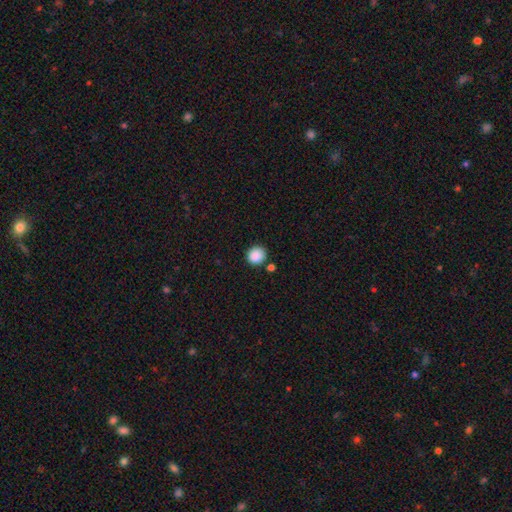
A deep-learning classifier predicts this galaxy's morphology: Smooth or featured? smooth (88%)
How rounded? round (86%)
Merging? none (81%)